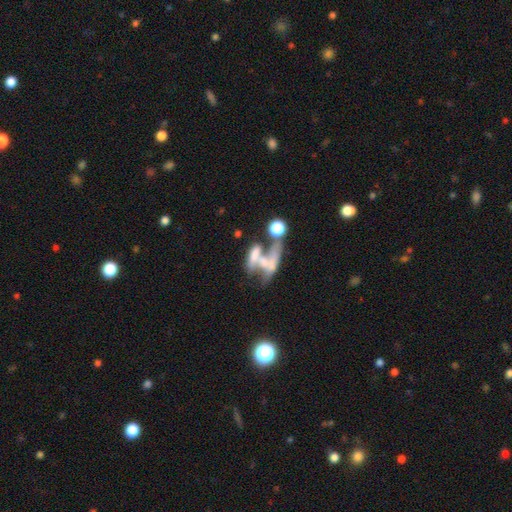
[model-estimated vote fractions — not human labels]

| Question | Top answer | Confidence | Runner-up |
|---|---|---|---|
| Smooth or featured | featured or disk | 51% | smooth (33%) |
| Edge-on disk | no | 89% | yes (11%) |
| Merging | merger | 56% | major disturbance (23%) |